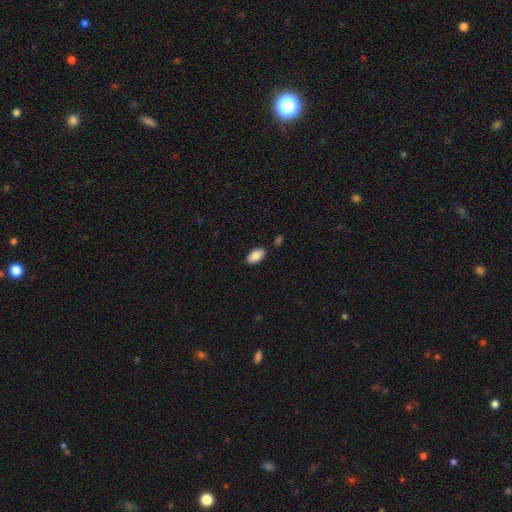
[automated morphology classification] The model was most divided on "merging": none: 86%, minor disturbance: 9%, merger: 3%, major disturbance: 2%. More confident: how rounded — in between (95%); smooth or featured — smooth (87%).